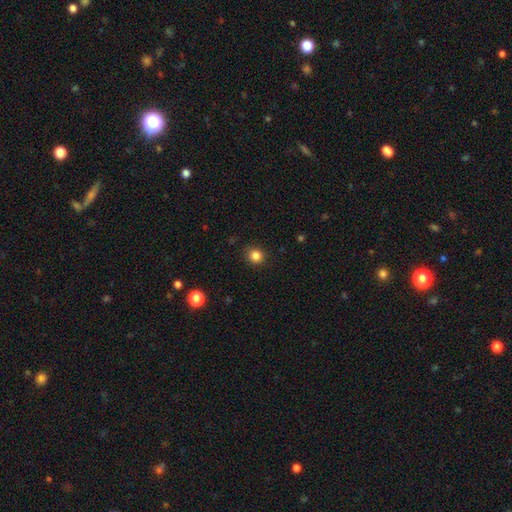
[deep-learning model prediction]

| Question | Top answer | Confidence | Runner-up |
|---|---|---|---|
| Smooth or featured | smooth | 84% | star or artifact (12%) |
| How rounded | round | 87% | in between (13%) |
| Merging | none | 89% | minor disturbance (8%) |